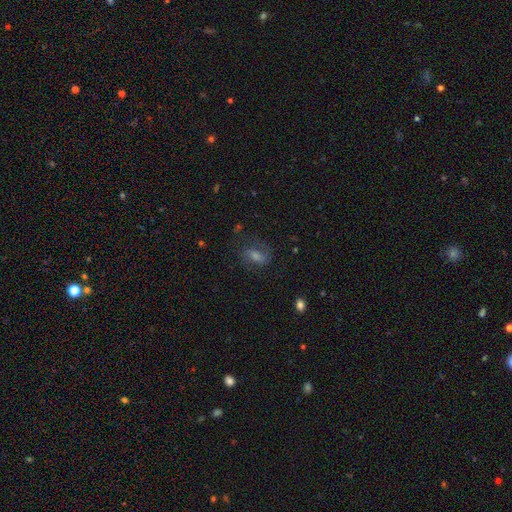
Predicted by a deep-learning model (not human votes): featured or disk 41%, smooth 38%, star or artifact 22%. Down the decision tree: merging — none (74%).